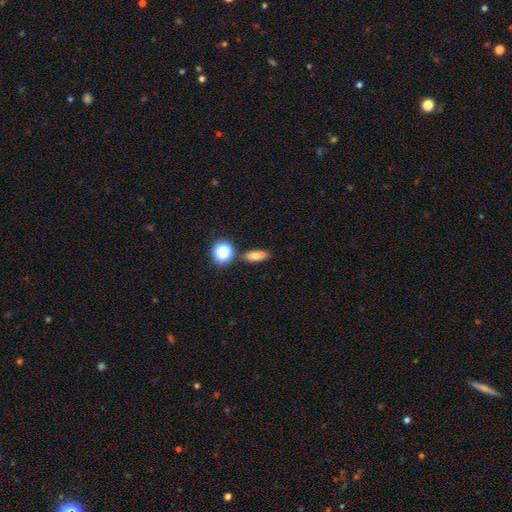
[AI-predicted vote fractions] Overall: smooth (68%). How rounded: in between (66%). Merging: none (55%; merger 24%).